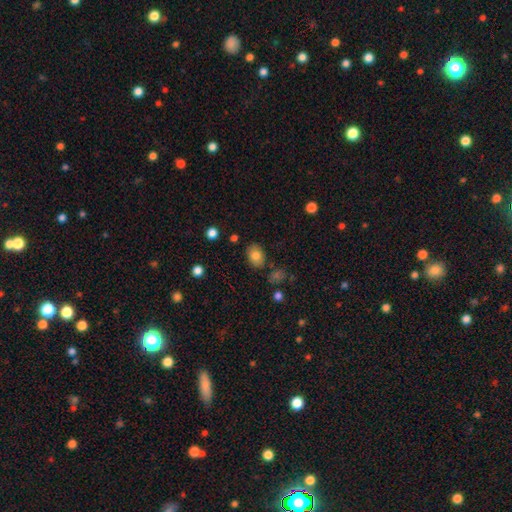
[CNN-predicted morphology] smooth_or_featured: smooth (p=0.80) [alt: featured or disk p=0.10]
how_rounded: in between (p=0.74) [alt: round p=0.25]
merging: none (p=0.82) [alt: minor disturbance p=0.12]